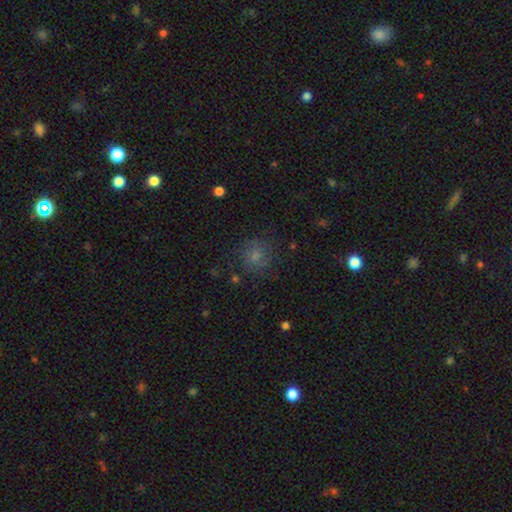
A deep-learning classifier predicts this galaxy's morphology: smooth-or-featured: smooth: 63% | featured or disk: 22% | star or artifact: 15%
  how-rounded: round: 84% | in between: 15% | cigar-shaped: 1%
  merging: none: 72% | minor disturbance: 17% | major disturbance: 10% | merger: 2%